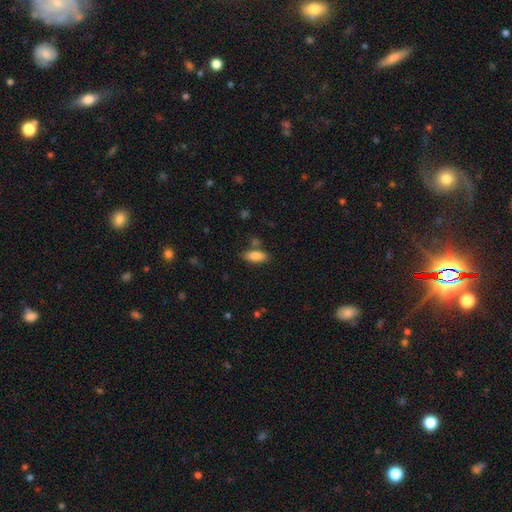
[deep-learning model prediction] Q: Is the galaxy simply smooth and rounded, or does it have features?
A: smooth — 86%.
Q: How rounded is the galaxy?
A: in between — 83%.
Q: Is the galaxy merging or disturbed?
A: none — 75%.